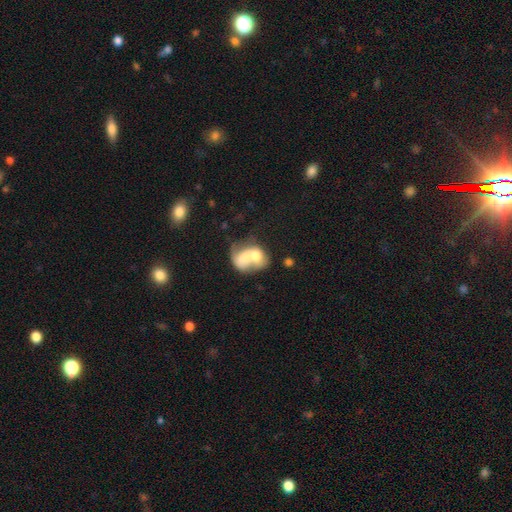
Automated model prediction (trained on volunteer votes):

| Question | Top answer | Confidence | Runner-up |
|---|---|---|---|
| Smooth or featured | smooth | 56% | featured or disk (36%) |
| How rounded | in between | 65% | round (34%) |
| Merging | merger | 73% | none (12%) |